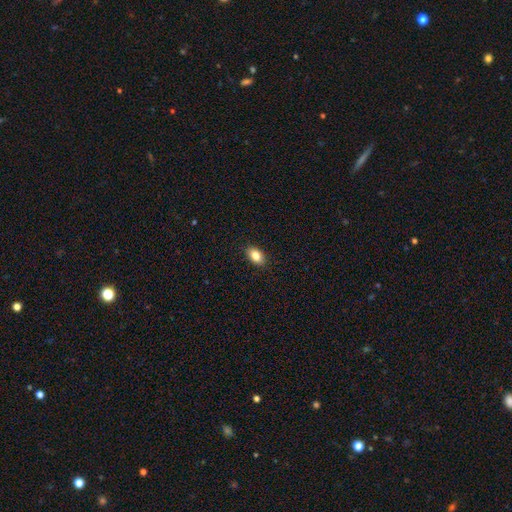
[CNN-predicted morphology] smooth-or-featured: smooth: 85% | star or artifact: 8% | featured or disk: 6%
  how-rounded: in between: 89% | round: 10% | cigar-shaped: 2%
  merging: none: 89% | minor disturbance: 8% | major disturbance: 2% | merger: 1%